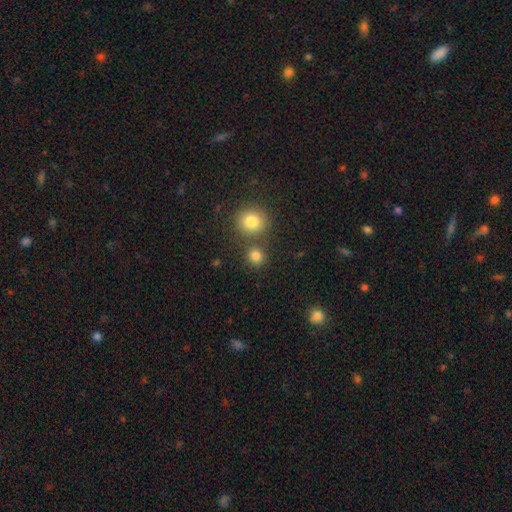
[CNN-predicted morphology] This is clearly a smooth galaxy (81%). How rounded: clearly round (87%). Merging: likely none (70%).